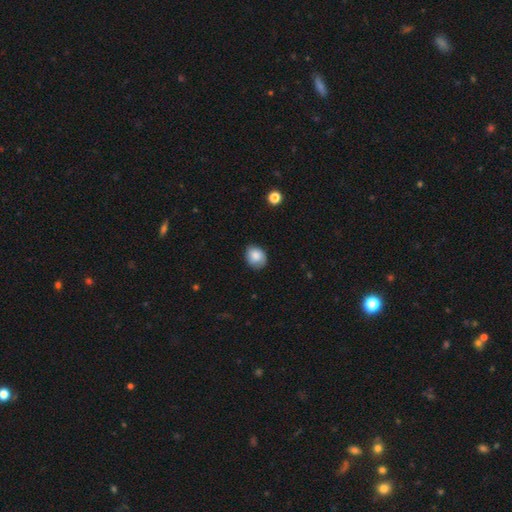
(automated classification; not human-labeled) smooth-or-featured: smooth: 85% | star or artifact: 8% | featured or disk: 8%
  how-rounded: round: 56% | in between: 44% | cigar-shaped: 1%
  merging: none: 76% | minor disturbance: 20% | major disturbance: 3% | merger: 1%